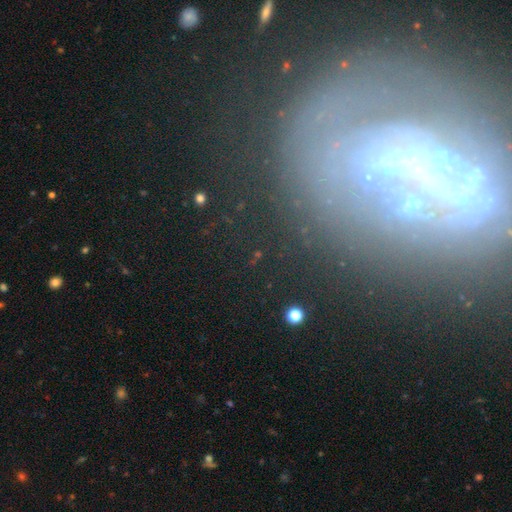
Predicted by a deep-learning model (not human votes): Q: Smooth or featured?
A: featured or disk (65%); runner-up: star or artifact (20%)
Q: Edge-on disk?
A: no (90%); runner-up: yes (10%)
Q: Bar?
A: no (40%); runner-up: strong (33%)
Q: Spiral arms?
A: yes (52%); runner-up: no (48%)
Q: Bulge size?
A: small (35%); runner-up: none (29%)
Q: Merging?
A: none (55%); runner-up: major disturbance (20%)